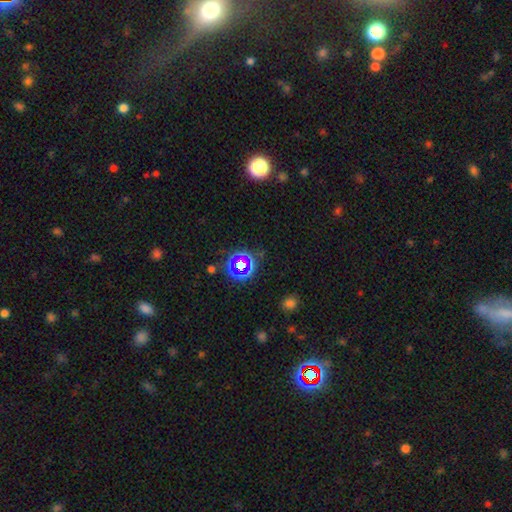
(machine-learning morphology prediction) smooth-or-featured: star or artifact: 49% | smooth: 37% | featured or disk: 14%